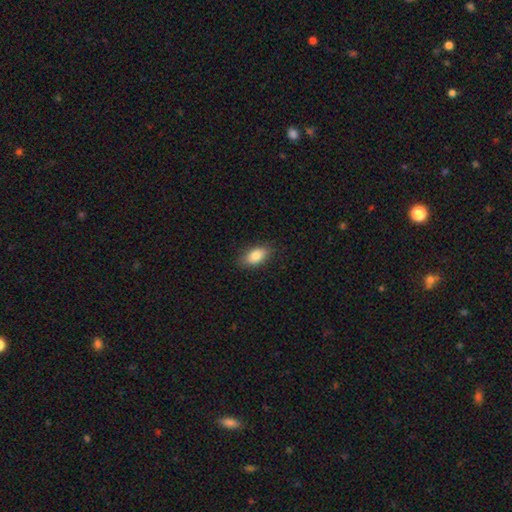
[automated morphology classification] smooth_or_featured: smooth (p=0.83) [alt: featured or disk p=0.09]
how_rounded: in between (p=0.89) [alt: round p=0.06]
merging: none (p=0.85) [alt: minor disturbance p=0.12]